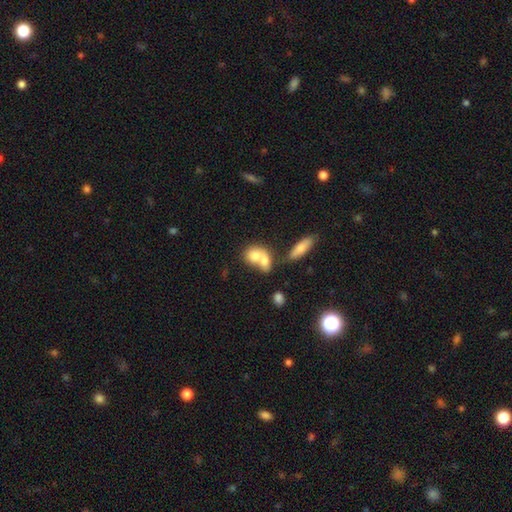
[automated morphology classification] This is likely a smooth galaxy (71%). How rounded: possibly in between (51%). Merging: likely merger (67%).